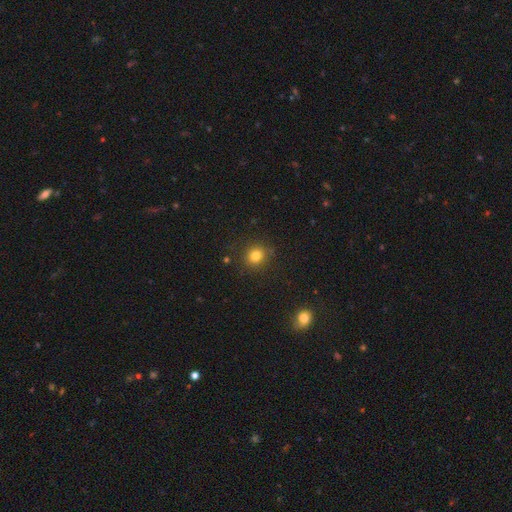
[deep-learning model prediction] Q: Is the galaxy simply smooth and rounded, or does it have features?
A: smooth — 80%.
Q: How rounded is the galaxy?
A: round — 86%.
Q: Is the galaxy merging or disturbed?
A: none — 86%.